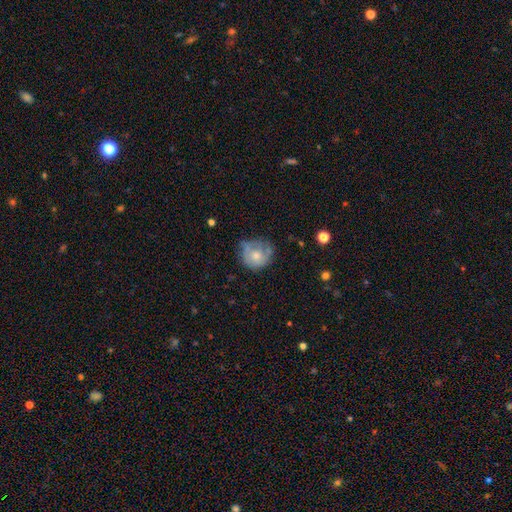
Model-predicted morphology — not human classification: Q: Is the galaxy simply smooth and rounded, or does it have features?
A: smooth — 59%.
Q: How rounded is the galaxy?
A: round — 82%.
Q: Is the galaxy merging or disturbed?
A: none — 48%.